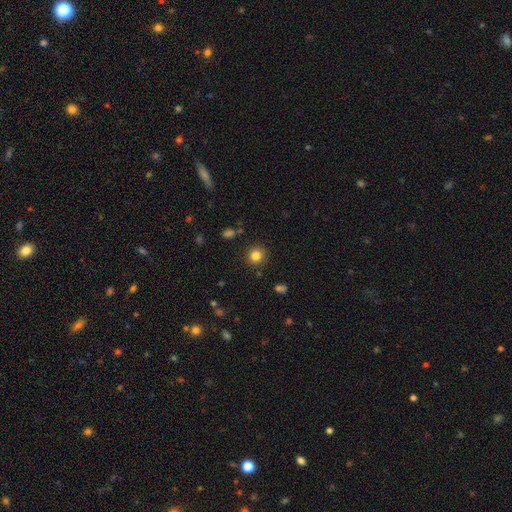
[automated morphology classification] This appears to be a smooth galaxy with no disk features (82%) that is round (92%). Merging: none (90%).